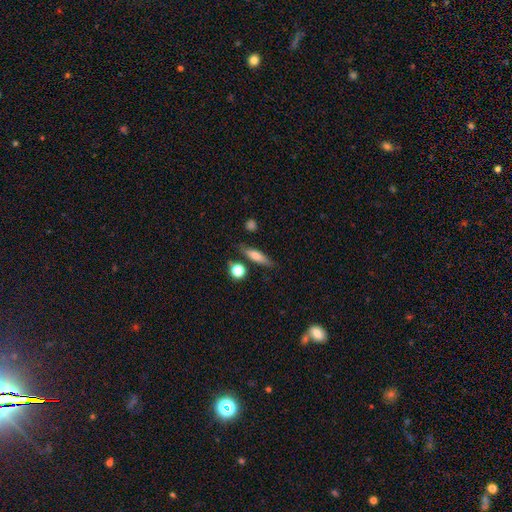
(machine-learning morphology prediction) This appears to be a smooth galaxy with no disk features (63%) that is cigar-shaped (66%). Merging: none (77%).